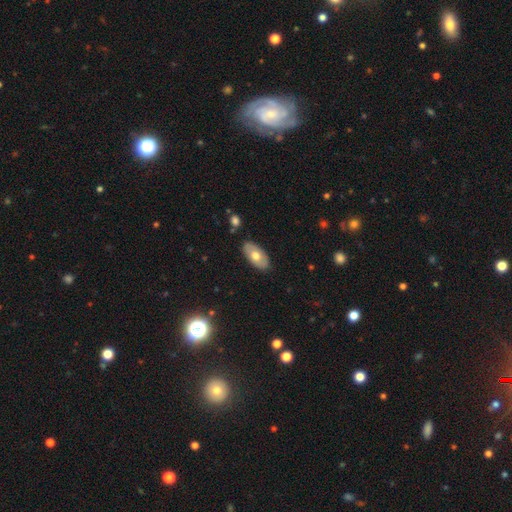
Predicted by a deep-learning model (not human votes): Q: Smooth or featured?
A: smooth (62%); runner-up: featured or disk (33%)
Q: How rounded?
A: in between (94%); runner-up: round (3%)
Q: Merging?
A: none (85%); runner-up: minor disturbance (11%)